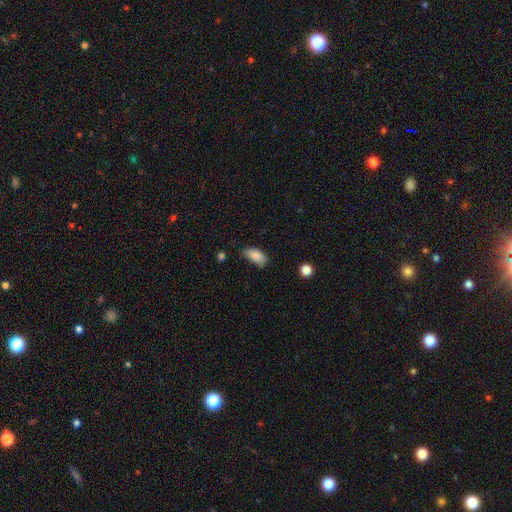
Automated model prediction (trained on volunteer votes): smooth_or_featured: smooth (p=0.87) [alt: star or artifact p=0.08]
how_rounded: in between (p=0.91) [alt: cigar-shaped p=0.05]
merging: none (p=0.56) [alt: minor disturbance p=0.35]